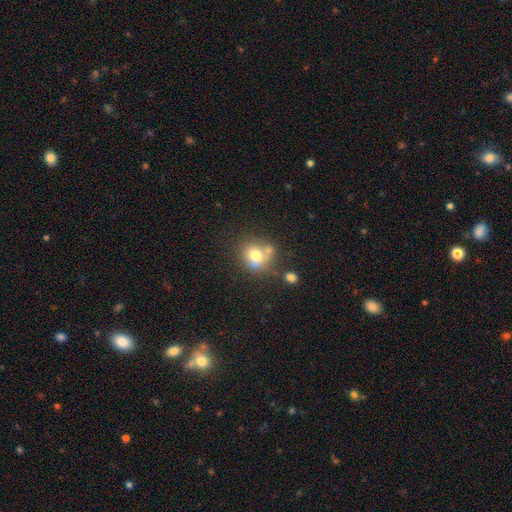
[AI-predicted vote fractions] smooth 72%, featured or disk 16%, star or artifact 12%. Down the decision tree: how rounded — round (76%); merging — none (56%).